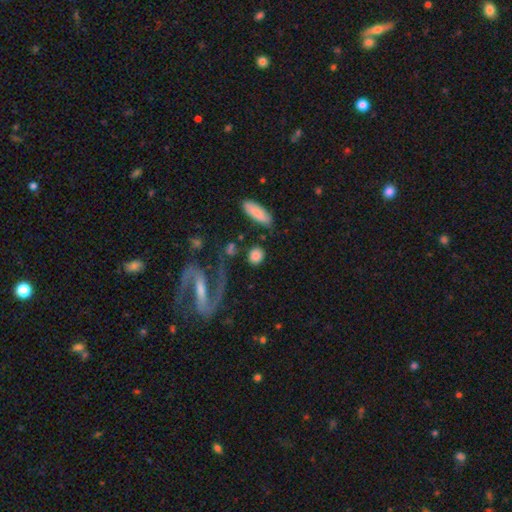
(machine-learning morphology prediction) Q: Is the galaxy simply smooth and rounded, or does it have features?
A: smooth — 79%.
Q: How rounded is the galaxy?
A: round — 72%.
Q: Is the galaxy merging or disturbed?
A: none — 74%.